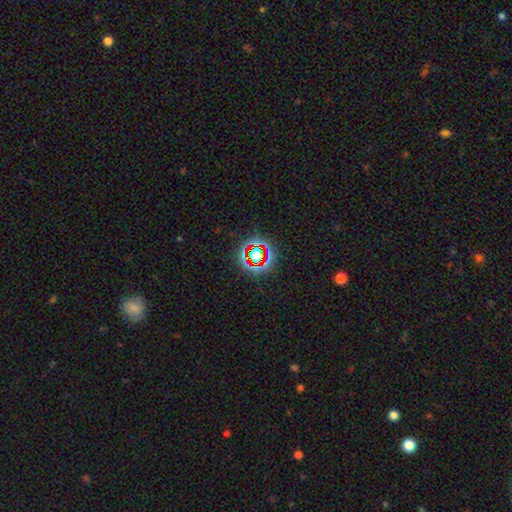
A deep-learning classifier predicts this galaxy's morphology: type=star or artifact (69%).